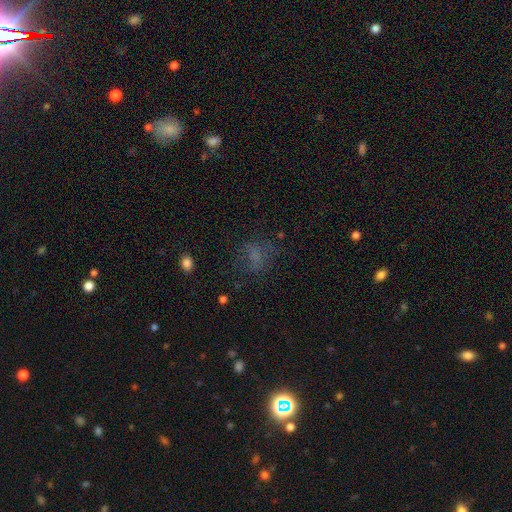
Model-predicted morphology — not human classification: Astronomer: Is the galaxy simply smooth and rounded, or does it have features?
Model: smooth — 54%.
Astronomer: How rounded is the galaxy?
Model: in between — 53% (runner-up: round, 44%).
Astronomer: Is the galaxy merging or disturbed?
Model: none — 54%.